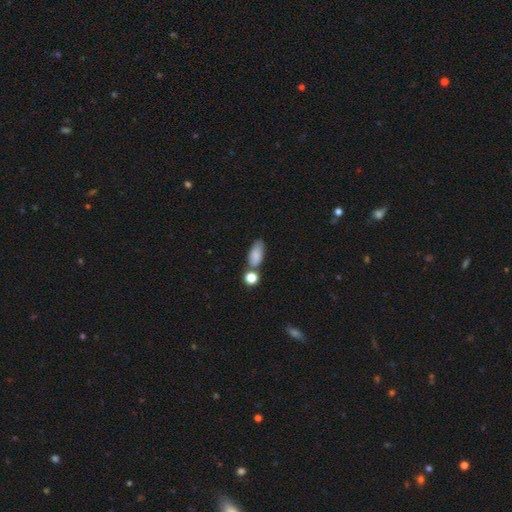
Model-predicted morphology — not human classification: Smooth or featured? Predicted: smooth (p=0.84). How rounded? Predicted: in between (p=0.84). Merging? Predicted: none (p=0.57).